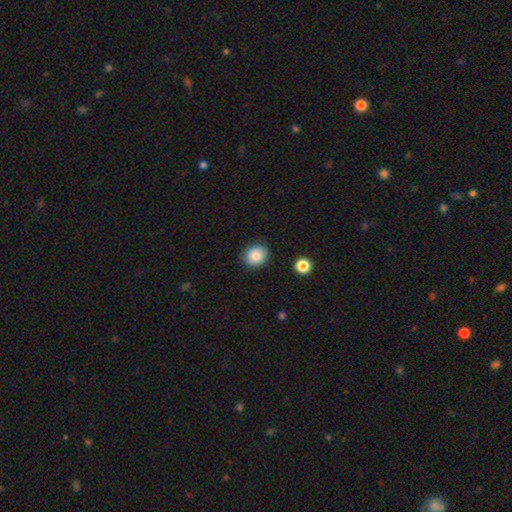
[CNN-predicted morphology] This is clearly a smooth galaxy (86%). How rounded: likely round (67%). Merging: clearly none (85%).